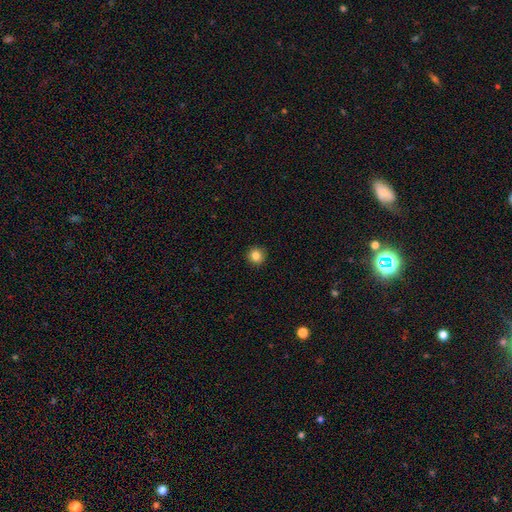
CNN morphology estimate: Smooth or featured? smooth (84%)
How rounded? round (95%)
Merging? none (93%)